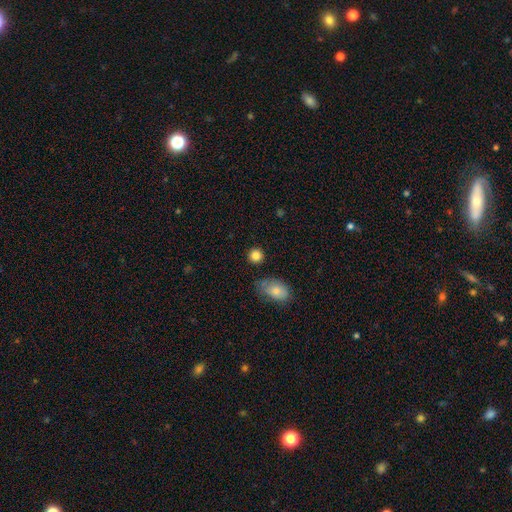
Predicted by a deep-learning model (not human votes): Morphology: type=smooth (84%); roundness=round (90%); merging=none (85%).